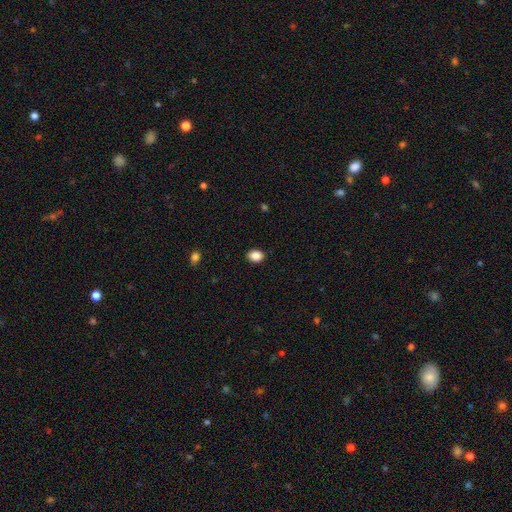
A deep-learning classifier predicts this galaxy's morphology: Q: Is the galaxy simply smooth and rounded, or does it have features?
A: smooth — 88%.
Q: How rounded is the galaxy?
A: in between — 63%.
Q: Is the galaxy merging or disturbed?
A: none — 90%.